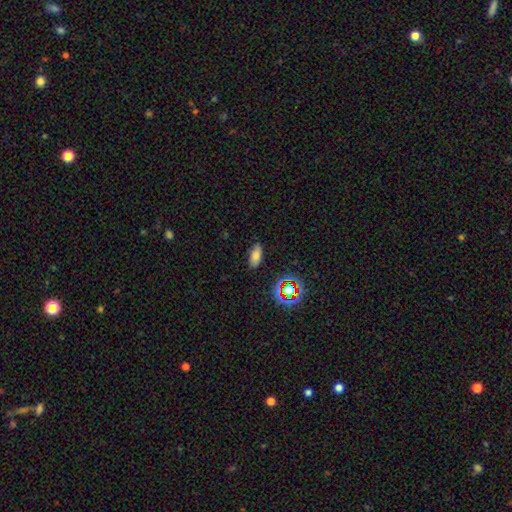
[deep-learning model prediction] This is likely a smooth galaxy (73%). How rounded: clearly in between (87%). Merging: clearly none (84%).